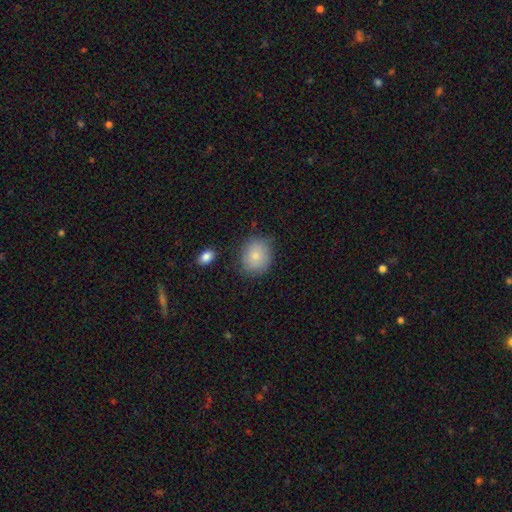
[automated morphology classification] smooth 81%, featured or disk 11%, star or artifact 8%. Down the decision tree: how rounded — round (62%); merging — none (75%).